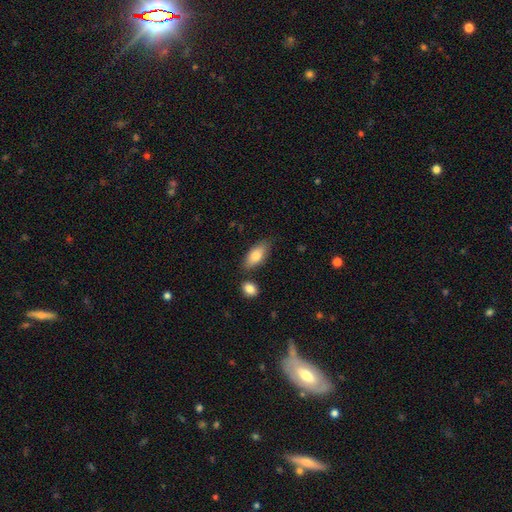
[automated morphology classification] This is likely a smooth galaxy (80%). How rounded: clearly in between (85%). Merging: likely none (74%).